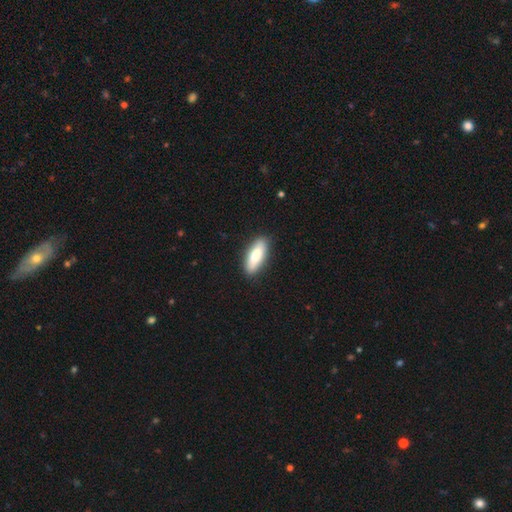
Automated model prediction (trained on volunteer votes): smooth_or_featured: smooth (p=0.79) [alt: featured or disk p=0.16]
how_rounded: in between (p=0.62) [alt: cigar-shaped p=0.36]
merging: none (p=0.89) [alt: minor disturbance p=0.09]